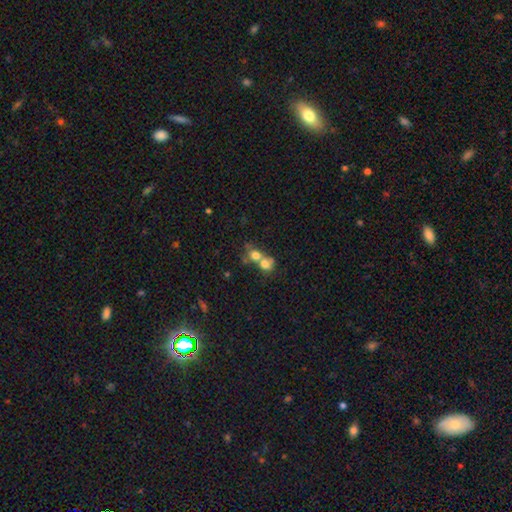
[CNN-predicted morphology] smooth-or-featured: smooth: 70% | featured or disk: 18% | star or artifact: 12%
  how-rounded: round: 68% | in between: 30% | cigar-shaped: 1%
  merging: merger: 67% | none: 23% | minor disturbance: 6% | major disturbance: 4%